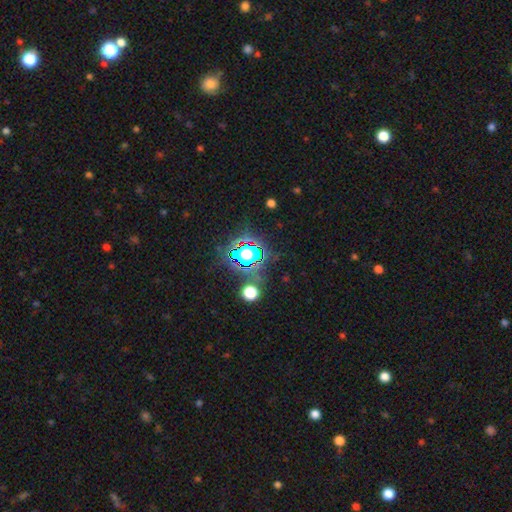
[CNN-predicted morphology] A star or artifact, not a galaxy (81%).